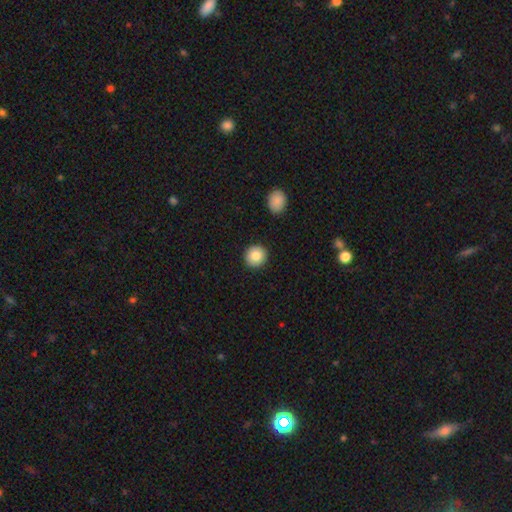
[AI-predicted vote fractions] The model was most divided on "smooth or featured": smooth: 83%, featured or disk: 9%, star or artifact: 8%. More confident: how rounded — round (92%); merging — none (92%).